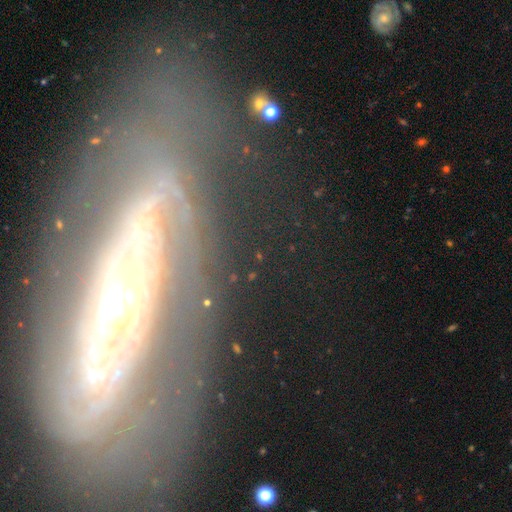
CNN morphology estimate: Smooth or featured?
  - featured or disk: 80% *
  - smooth: 12%
  - star or artifact: 8%
Edge-on disk?
  - no: 77% *
  - yes: 23%
Bar?
  - no: 57% *
  - weak: 22%
  - strong: 20%
Spiral arms?
  - yes: 70% *
  - no: 30%
Bulge size?
  - moderate: 55% *
  - small: 32%
  - large: 9%
  - dominant: 2%
  - none: 2%
Merging?
  - none: 65% *
  - minor disturbance: 17%
  - major disturbance: 14%
  - merger: 4%